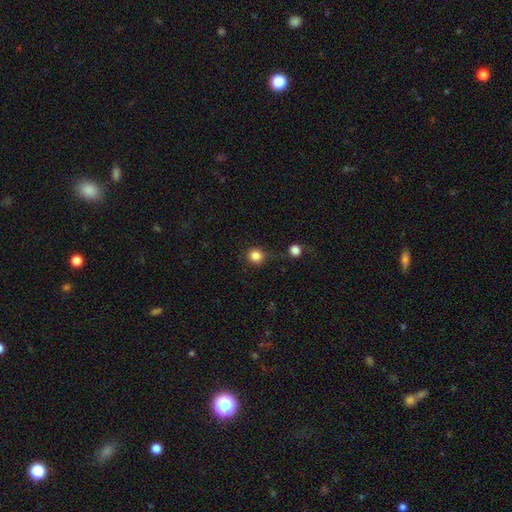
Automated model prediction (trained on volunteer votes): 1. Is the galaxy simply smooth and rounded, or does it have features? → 83% smooth, 12% star or artifact, 5% featured or disk.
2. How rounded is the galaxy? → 92% round, 7% in between, 1% cigar-shaped.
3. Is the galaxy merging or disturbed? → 80% none, 11% minor disturbance, 5% merger, 4% major disturbance.